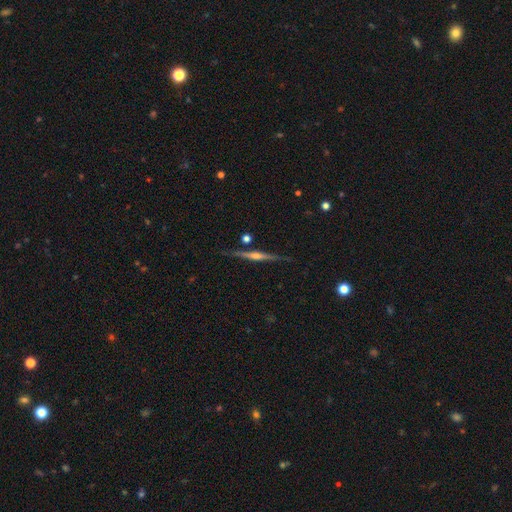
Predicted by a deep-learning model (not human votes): This appears to be a featured or disk galaxy (81%) viewed edge-on (98%) with a rounded central bulge (77%). Merging: none (87%).